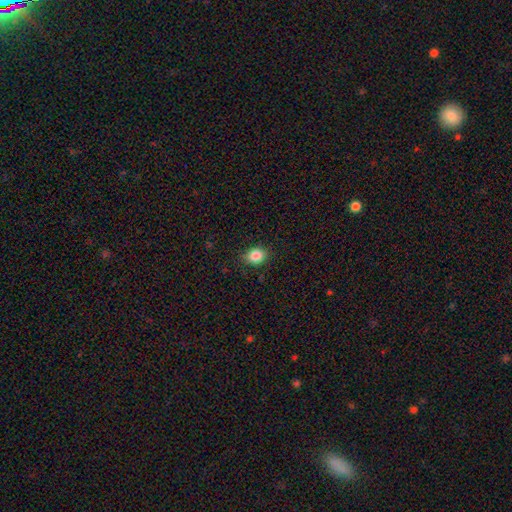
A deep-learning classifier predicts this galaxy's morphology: A smooth galaxy with no disk features (85%) that is round (50%). Merging: none (86%).